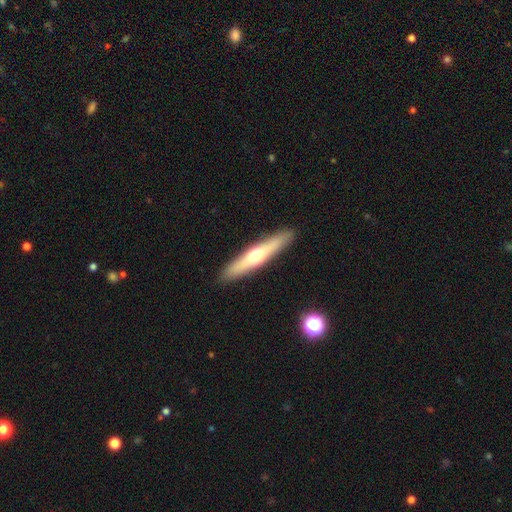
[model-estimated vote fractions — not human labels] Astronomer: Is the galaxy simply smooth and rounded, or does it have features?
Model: featured or disk — 51% (runner-up: smooth, 43%).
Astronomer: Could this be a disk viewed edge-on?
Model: yes — 92%.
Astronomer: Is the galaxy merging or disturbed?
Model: none — 91%.